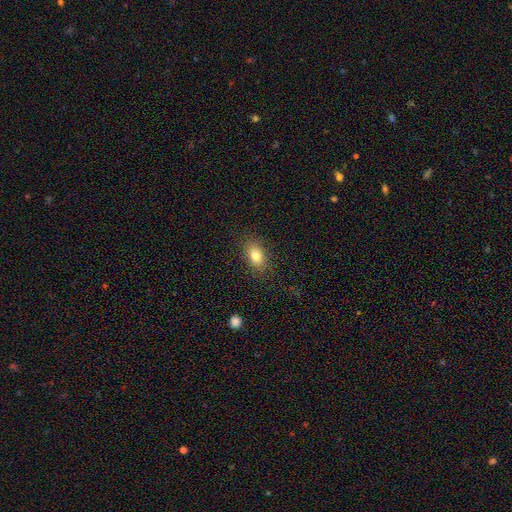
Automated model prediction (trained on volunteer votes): This appears to be a smooth galaxy with no disk features (80%) that is in between round and cigar-shaped (81%). Merging: none (85%).